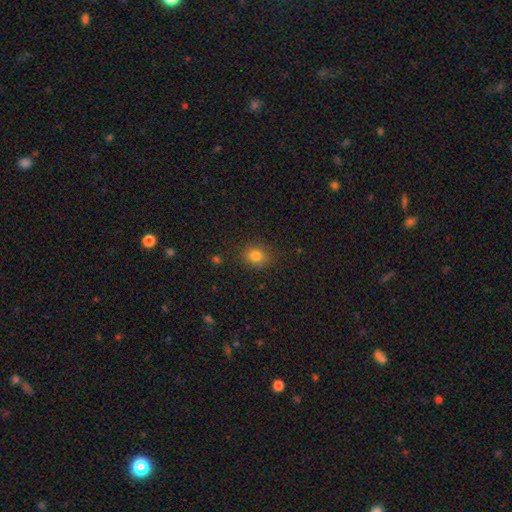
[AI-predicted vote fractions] smooth_or_featured: smooth (p=0.80) [alt: star or artifact p=0.13]
how_rounded: round (p=0.58) [alt: in between p=0.41]
merging: none (p=0.83) [alt: minor disturbance p=0.12]